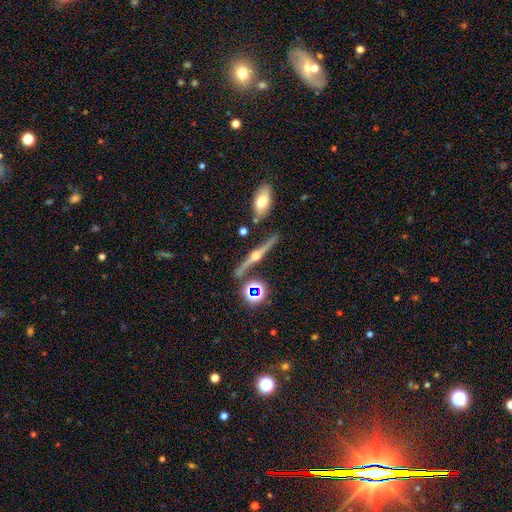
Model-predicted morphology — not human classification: A featured or disk galaxy (84%) viewed edge-on (96%) with a rounded central bulge (96%). Merging: none (84%).